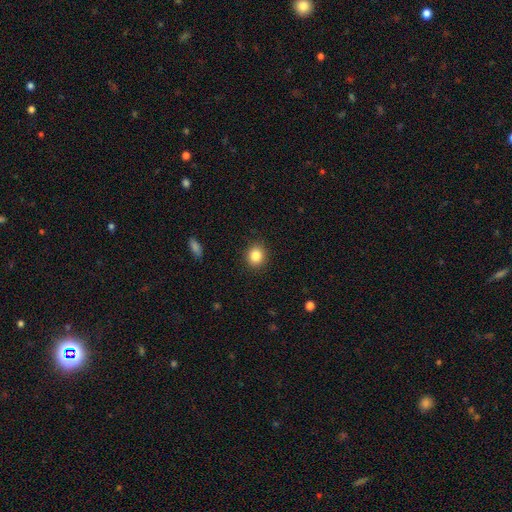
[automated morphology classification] This appears to be a smooth galaxy with no disk features (85%) that is round (84%). Merging: none (90%).